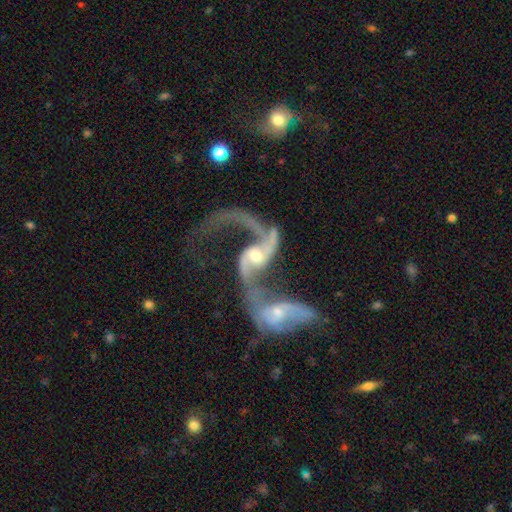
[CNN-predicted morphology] Overall: featured or disk (88%). Edge-on disk: no (97%). Bar: no (48%; weak 36%). Spiral arms: yes (93%). Spiral arm count: 2 (82%). Spiral winding: loose (80%). Bulge size: moderate (49%; small 43%). Merging: merger (78%).